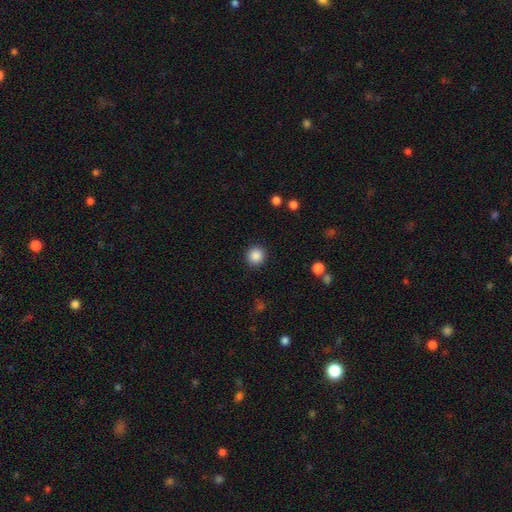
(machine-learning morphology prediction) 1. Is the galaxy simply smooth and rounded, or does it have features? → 87% smooth, 10% star or artifact, 3% featured or disk.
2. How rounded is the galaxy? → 94% round, 5% in between, 1% cigar-shaped.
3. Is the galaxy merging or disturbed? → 91% none, 5% minor disturbance, 2% major disturbance, 1% merger.